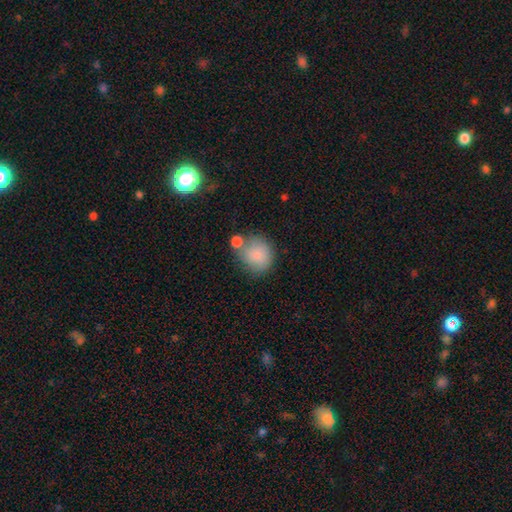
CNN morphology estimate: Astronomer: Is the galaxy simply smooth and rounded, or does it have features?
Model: smooth — 84%.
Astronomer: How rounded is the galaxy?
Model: round — 80%.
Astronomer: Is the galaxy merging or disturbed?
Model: none — 56%.